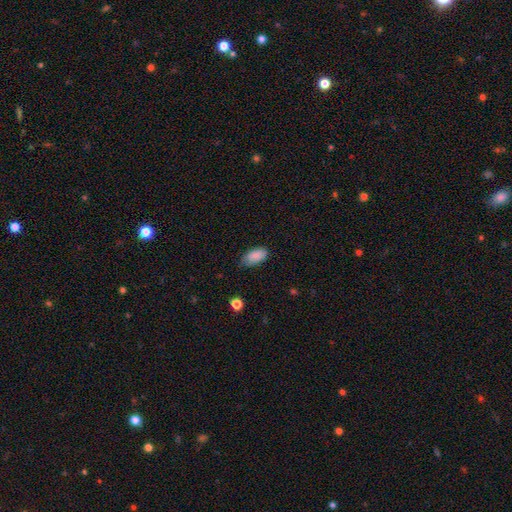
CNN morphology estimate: A smooth galaxy with no disk features (87%) that is in between round and cigar-shaped (93%). Merging: none (64%).